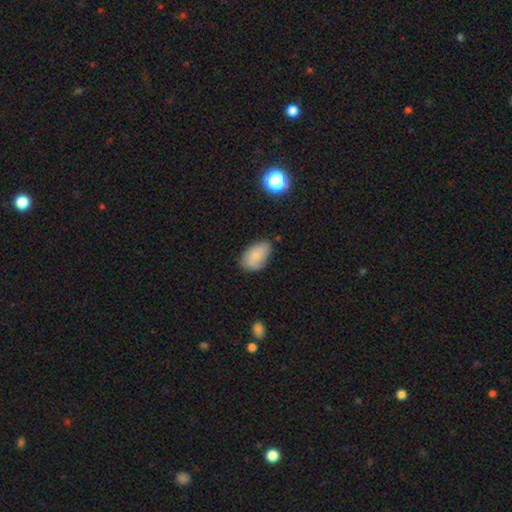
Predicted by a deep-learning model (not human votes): smooth-or-featured: smooth: 75% | featured or disk: 16% | star or artifact: 9%
  how-rounded: in between: 91% | round: 8% | cigar-shaped: 2%
  merging: none: 59% | minor disturbance: 32% | major disturbance: 6% | merger: 3%